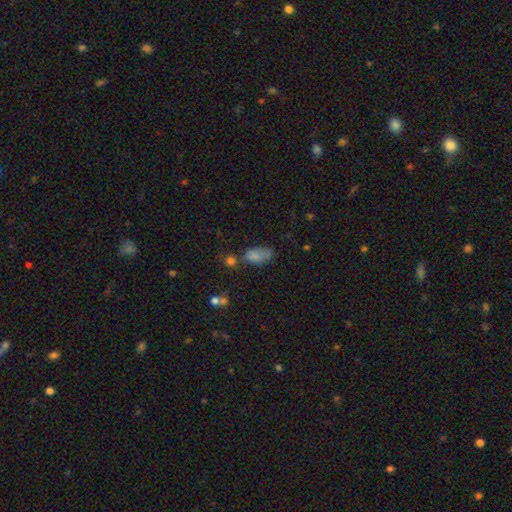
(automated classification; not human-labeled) Q: Smooth or featured?
A: smooth (75%); runner-up: star or artifact (13%)
Q: How rounded?
A: in between (88%); runner-up: round (7%)
Q: Merging?
A: none (38%); runner-up: minor disturbance (29%)